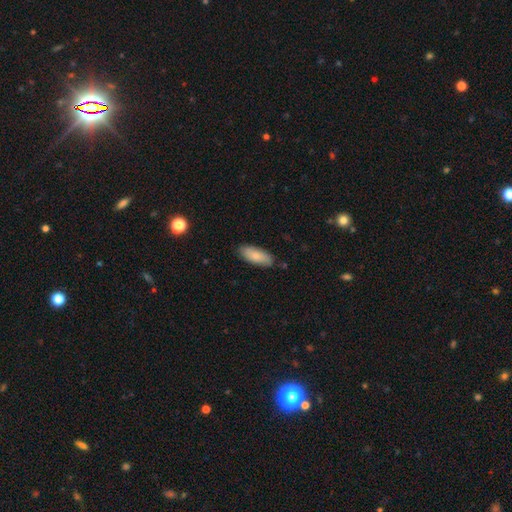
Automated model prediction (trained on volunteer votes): Morphology: type=smooth (84%); roundness=in between (78%); merging=none (84%).